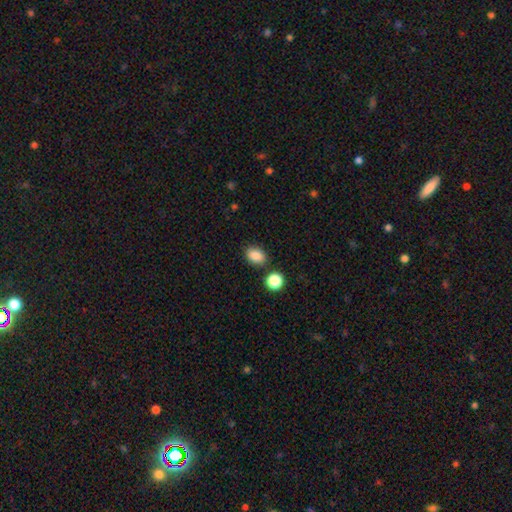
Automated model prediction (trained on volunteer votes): smooth_or_featured: smooth (p=0.86) [alt: star or artifact p=0.09]
how_rounded: in between (p=0.76) [alt: round p=0.23]
merging: none (p=0.81) [alt: minor disturbance p=0.11]